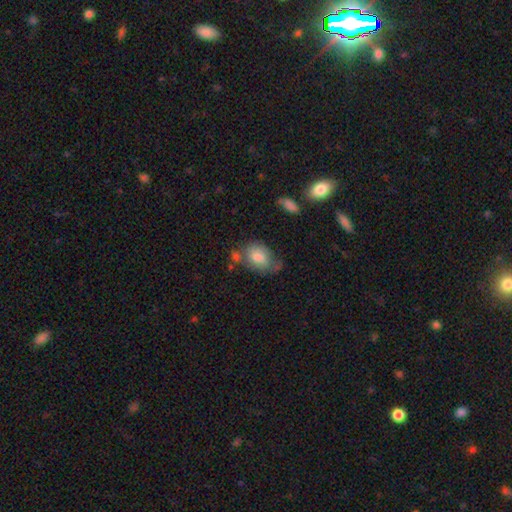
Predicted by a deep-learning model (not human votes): This is likely a smooth galaxy (71%). How rounded: likely in between (70%). Merging: possibly none (51%).